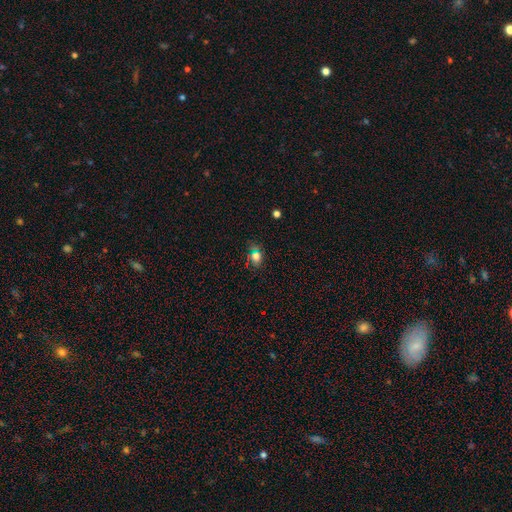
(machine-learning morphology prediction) smooth 63%, star or artifact 28%, featured or disk 9%. Down the decision tree: how rounded — in between (59%); merging — none (77%).